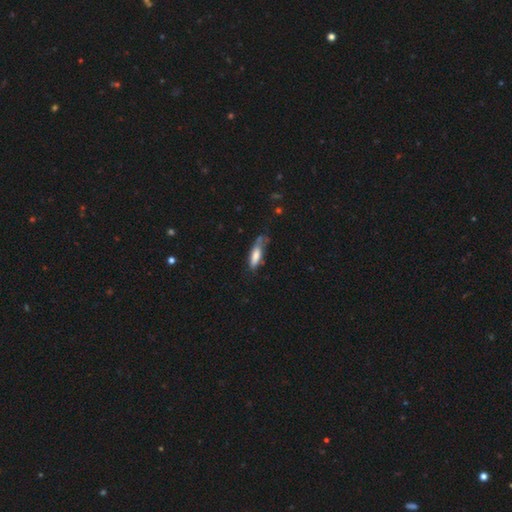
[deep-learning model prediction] This appears to be a smooth galaxy with no disk features (72%) that is cigar-shaped (56%). Merging: none (44%).